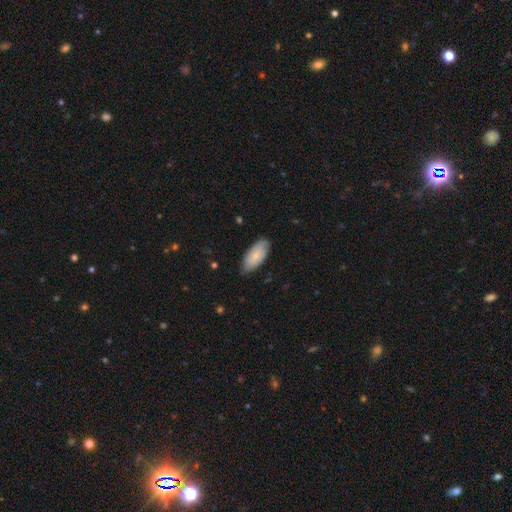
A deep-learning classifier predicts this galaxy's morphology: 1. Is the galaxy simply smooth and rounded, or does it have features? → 75% smooth, 20% featured or disk, 6% star or artifact.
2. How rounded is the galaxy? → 91% in between, 8% cigar-shaped, 2% round.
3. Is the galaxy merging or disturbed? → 78% none, 18% minor disturbance, 3% major disturbance, 1% merger.